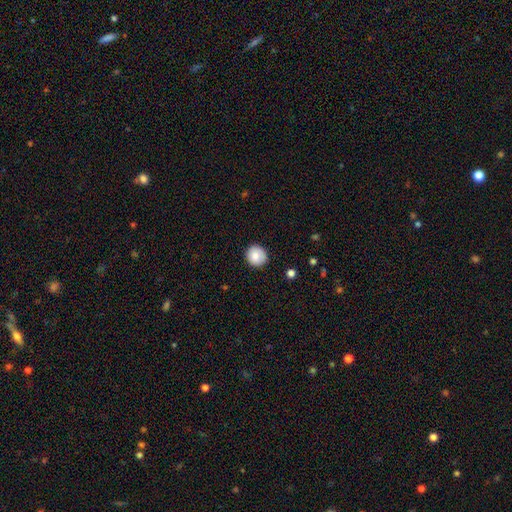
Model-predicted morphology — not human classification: smooth-or-featured: smooth: 84% | star or artifact: 8% | featured or disk: 8%
  how-rounded: round: 88% | in between: 11% | cigar-shaped: 1%
  merging: none: 86% | minor disturbance: 11% | major disturbance: 2% | merger: 1%